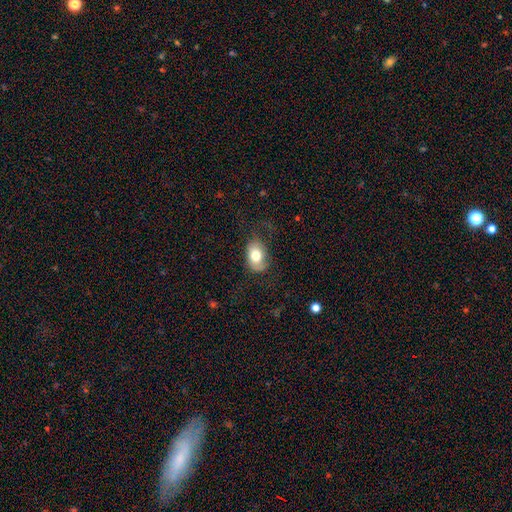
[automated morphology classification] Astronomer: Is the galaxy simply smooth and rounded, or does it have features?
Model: smooth — 73%.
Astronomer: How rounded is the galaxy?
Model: in between — 80%.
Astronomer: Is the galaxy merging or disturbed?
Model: none — 56%.